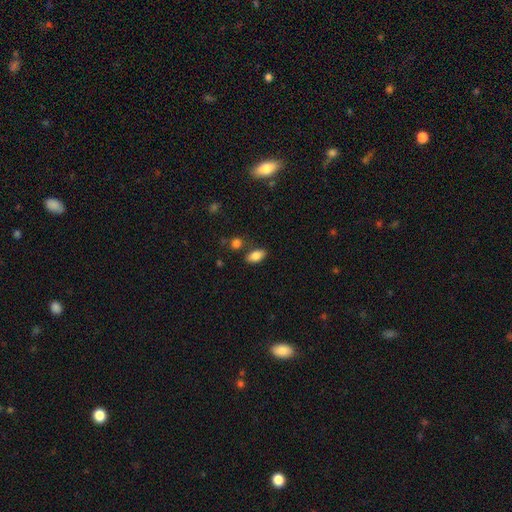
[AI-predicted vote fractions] Smooth or featured: smooth — 83% (featured or disk — 8%)
How rounded: in between — 91% (round — 5%)
Merging: none — 79% (minor disturbance — 12%)